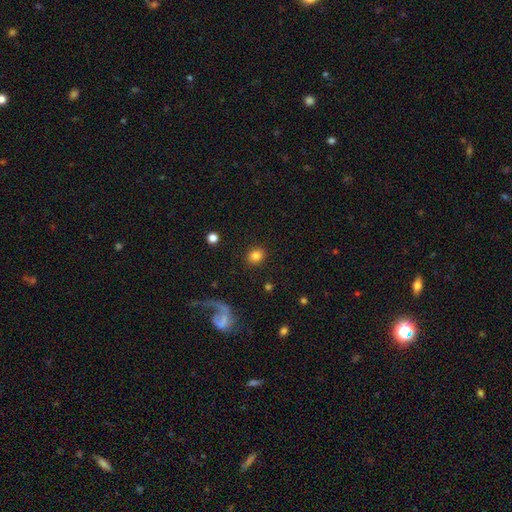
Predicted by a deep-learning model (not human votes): Overall: smooth (82%). How rounded: round (75%). Merging: none (89%).